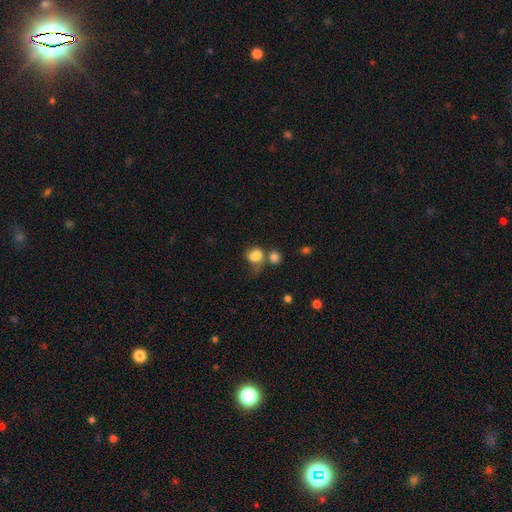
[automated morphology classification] Smooth or featured? smooth (77%)
How rounded? round (56%)
Merging? merger (44%)